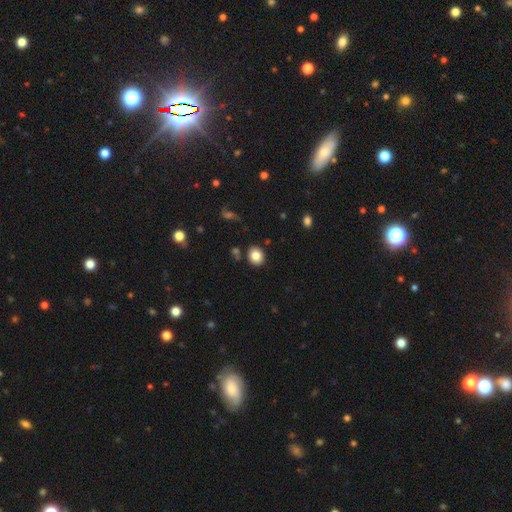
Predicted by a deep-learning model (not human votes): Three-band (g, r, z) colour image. It shows a smooth galaxy with no disk features (84%) that is round (68%). Merging: none (85%).